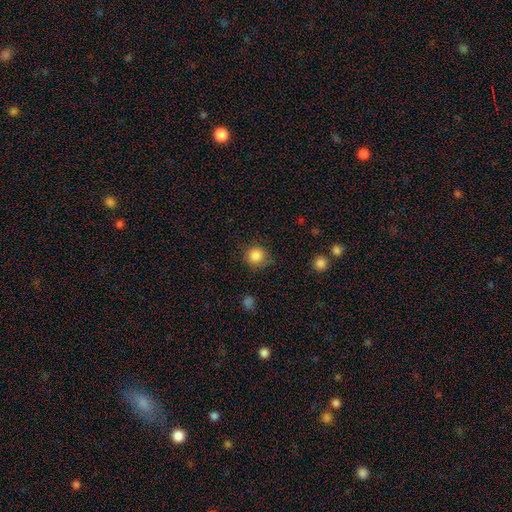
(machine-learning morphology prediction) This is clearly a smooth galaxy (86%). How rounded: clearly round (93%). Merging: clearly none (82%).